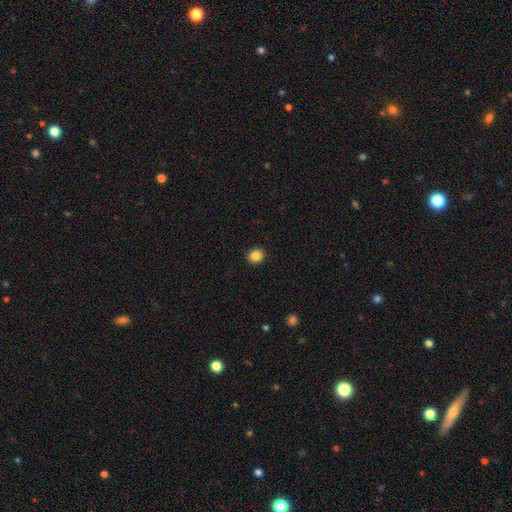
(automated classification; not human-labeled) Smooth or featured? Predicted: smooth (p=0.85). How rounded? Predicted: round (p=0.85). Merging? Predicted: none (p=0.93).